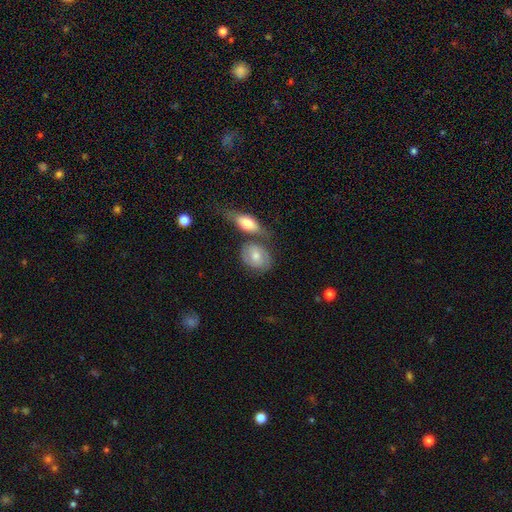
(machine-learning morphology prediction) The model was most divided on "smooth or featured": smooth: 54%, featured or disk: 39%, star or artifact: 6%. More confident: how rounded — in between (58%); merging — none (51%).